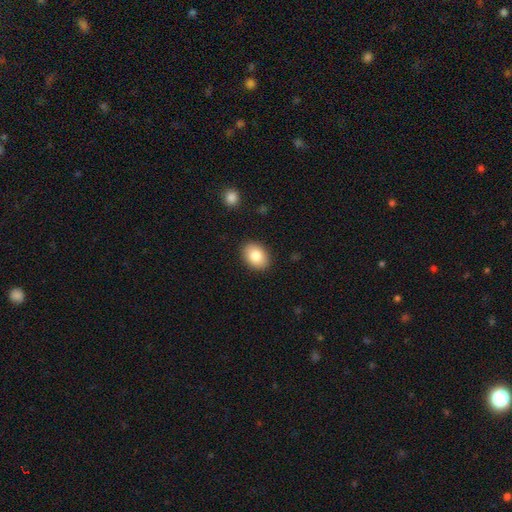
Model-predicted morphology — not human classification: Q: Smooth or featured?
A: smooth (83%); runner-up: featured or disk (10%)
Q: How rounded?
A: in between (75%); runner-up: round (24%)
Q: Merging?
A: none (89%); runner-up: minor disturbance (8%)